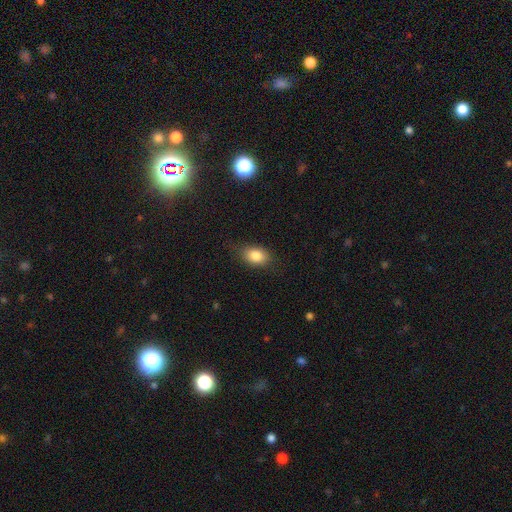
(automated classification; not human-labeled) Q: Smooth or featured?
A: smooth (84%); runner-up: star or artifact (9%)
Q: How rounded?
A: in between (77%); runner-up: round (21%)
Q: Merging?
A: none (76%); runner-up: minor disturbance (18%)